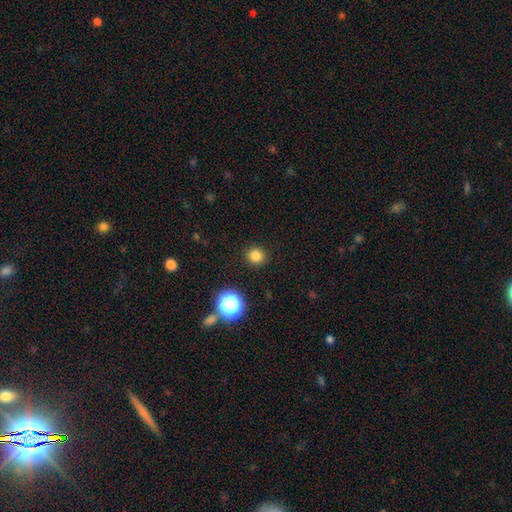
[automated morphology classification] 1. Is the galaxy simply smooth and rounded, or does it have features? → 80% smooth, 15% star or artifact, 5% featured or disk.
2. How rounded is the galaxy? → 91% round, 8% in between, 1% cigar-shaped.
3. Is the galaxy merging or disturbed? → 91% none, 5% minor disturbance, 2% major disturbance, 1% merger.